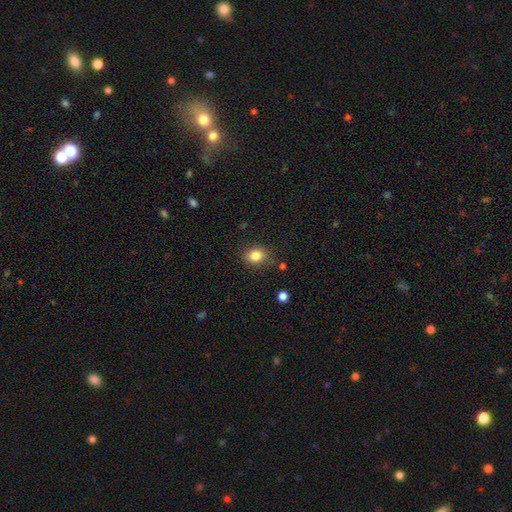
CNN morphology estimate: A smooth galaxy with no disk features (83%) that is round (53%).

Vote fractions:
- Smooth or featured? smooth: 83% / star or artifact: 10% / featured or disk: 7%
- How rounded? round: 53% / in between: 46% / cigar-shaped: 1%
- Merging? none: 83% / minor disturbance: 11% / major disturbance: 3% / merger: 2%